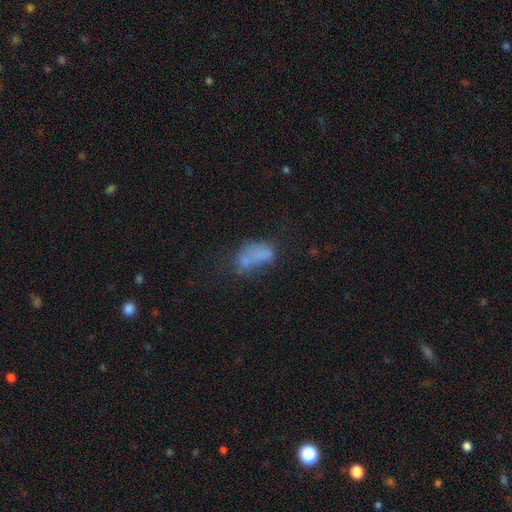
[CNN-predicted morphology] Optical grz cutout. It shows a smooth galaxy with no disk features (60%) that is in between round and cigar-shaped (83%). Merging: merger (34%).